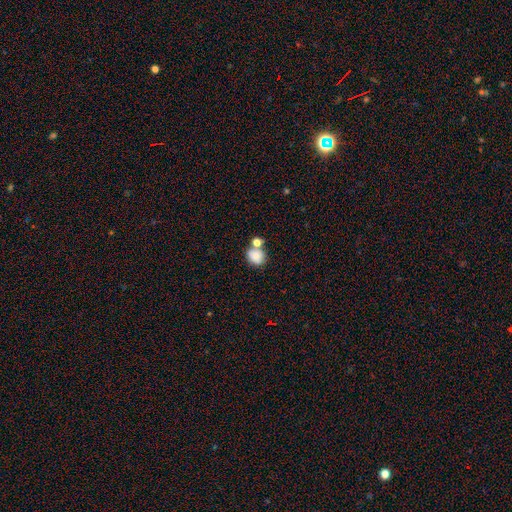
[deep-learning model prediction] Smooth or featured? Predicted: smooth (p=0.80). How rounded? Predicted: round (p=0.65). Merging? Predicted: none (p=0.49).